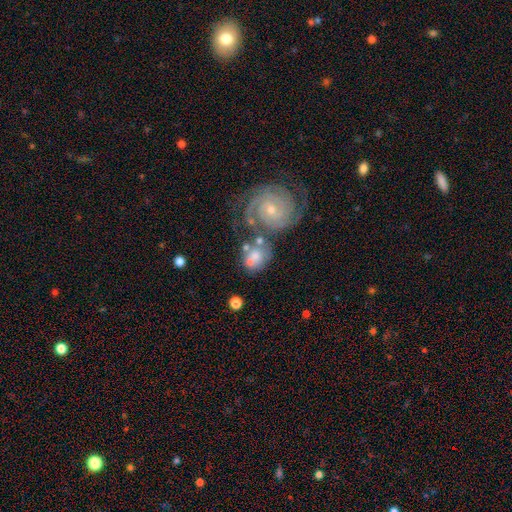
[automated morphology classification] This appears to be a featured or disk galaxy (55%) with no bar (69%), spiral arms (80%) and a small central bulge (48%). Merging: none (42%).